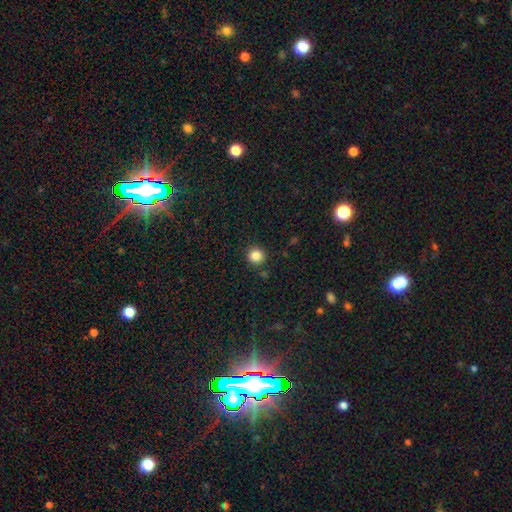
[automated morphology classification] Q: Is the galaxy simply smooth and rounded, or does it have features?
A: smooth — 85%.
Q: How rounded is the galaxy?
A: round — 92%.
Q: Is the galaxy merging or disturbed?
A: none — 89%.